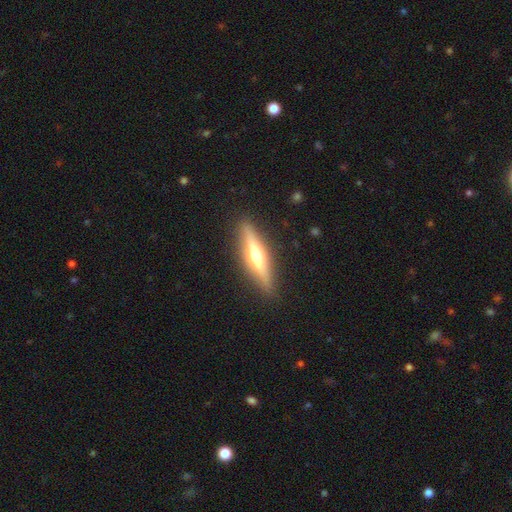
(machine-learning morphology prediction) A featured or disk galaxy (60%) viewed edge-on (93%) with a rounded central bulge (91%). Merging: none (89%).